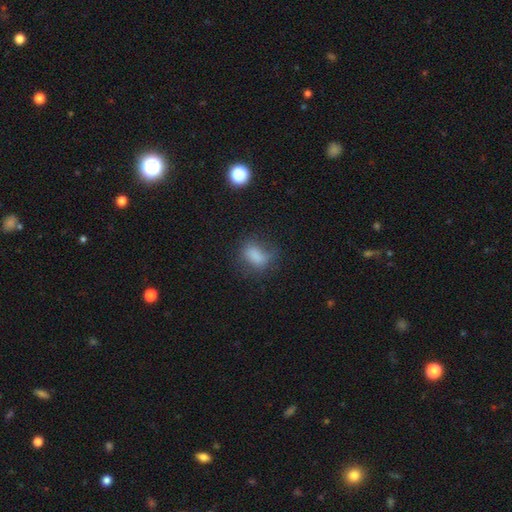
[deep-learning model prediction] The model was most divided on "merging": none: 49%, minor disturbance: 28%, major disturbance: 20%, merger: 3%. More confident: how rounded — in between (76%); smooth or featured — smooth (74%).